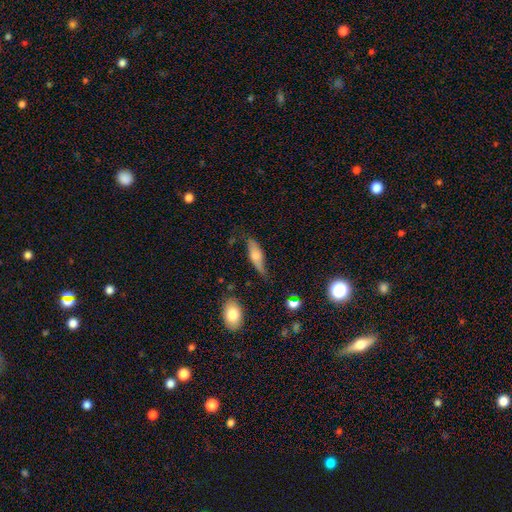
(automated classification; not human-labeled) smooth 57%, featured or disk 36%, star or artifact 7%. Down the decision tree: how rounded — in between (56%); merging — none (54%).